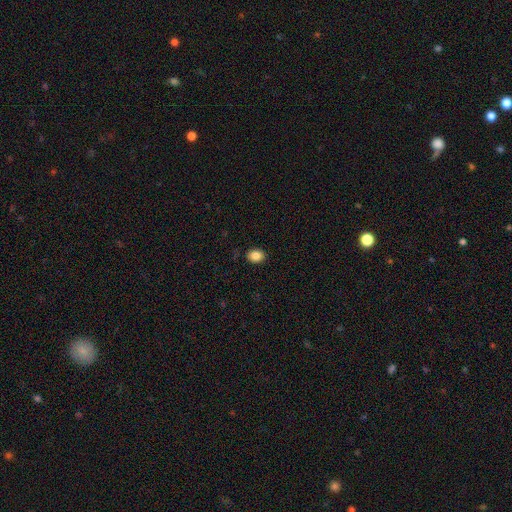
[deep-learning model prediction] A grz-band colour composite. It shows a smooth galaxy with no disk features (86%) that is in between round and cigar-shaped (59%). Merging: none (88%).